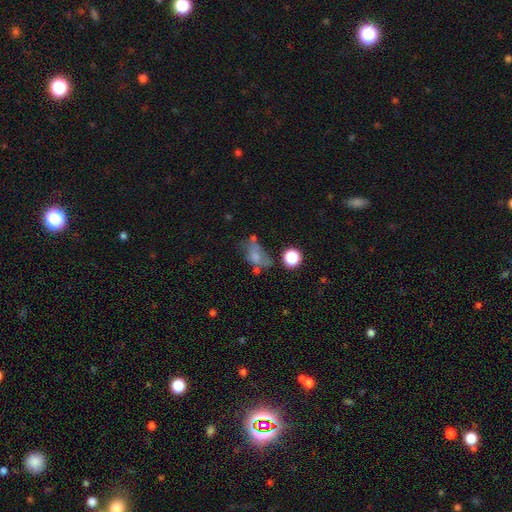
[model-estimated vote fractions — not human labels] Overall: smooth (60%; featured or disk 24%). How rounded: in between (75%). Merging: none (29%; major disturbance 28%).